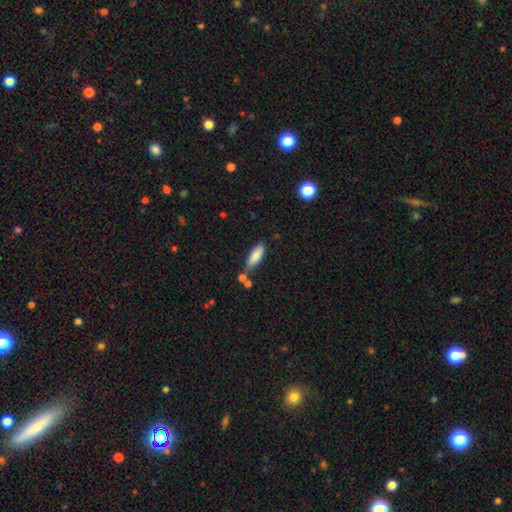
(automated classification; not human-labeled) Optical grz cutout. It shows a smooth galaxy with no disk features (82%) that is in between round and cigar-shaped (64%). Merging: none (65%).